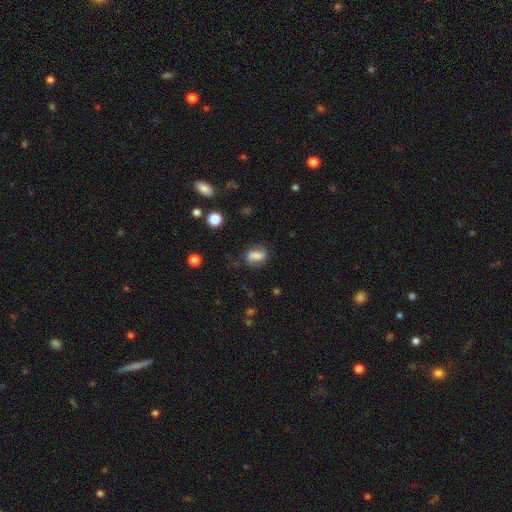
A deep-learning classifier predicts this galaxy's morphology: Smooth or featured?
  - smooth: 66% *
  - featured or disk: 23%
  - star or artifact: 11%
How rounded?
  - in between: 72% *
  - round: 19%
  - cigar-shaped: 9%
Merging?
  - none: 66% *
  - minor disturbance: 21%
  - major disturbance: 10%
  - merger: 3%